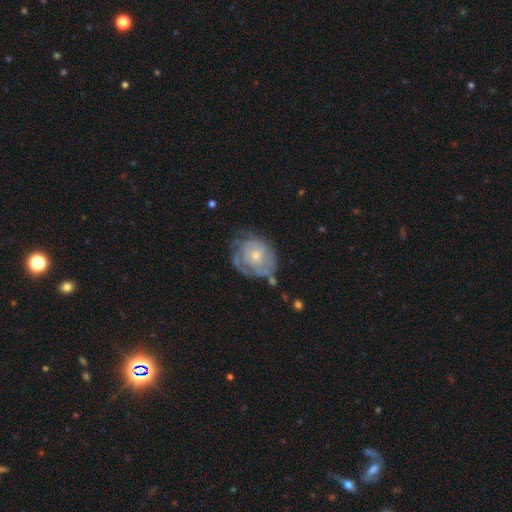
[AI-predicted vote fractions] A featured or disk galaxy (72%) with no bar (82%), tight (70%) spiral arms (78%) and a small central bulge (58%).

Vote fractions:
- Smooth or featured? featured or disk: 72% / smooth: 22% / star or artifact: 6%
- Edge-on disk? no: 97% / yes: 3%
- Bar? no: 82% / weak: 16% / strong: 2%
- Spiral arms? yes: 78% / no: 22%
- Spiral winding? tight: 70% / medium: 22% / loose: 8%
- Spiral arm count? can't tell: 55% / 2: 16% / 3: 12% / 1: 6% / 4: 6% / more than 4: 4%
- Bulge size? small: 58% / moderate: 37% / large: 2% / none: 2% / dominant: 1%
- Merging? none: 57% / minor disturbance: 26% / major disturbance: 14% / merger: 4%